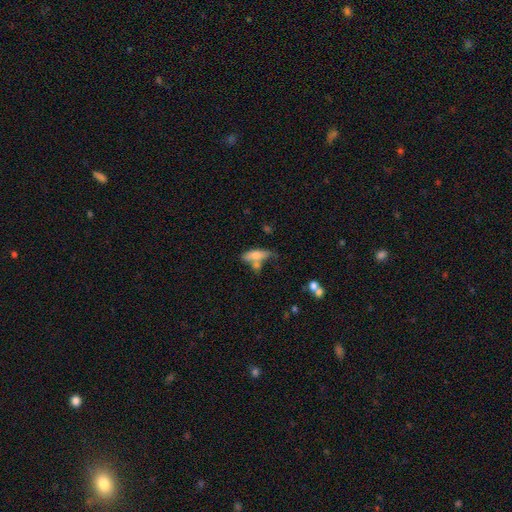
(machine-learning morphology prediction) Q: Smooth or featured?
A: smooth (67%); runner-up: featured or disk (26%)
Q: How rounded?
A: in between (54%); runner-up: cigar-shaped (43%)
Q: Merging?
A: none (41%); runner-up: merger (29%)